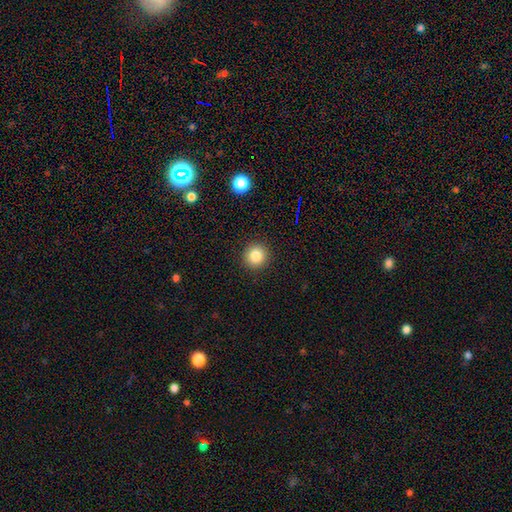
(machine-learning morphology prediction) The model was most divided on "smooth or featured": smooth: 83%, star or artifact: 11%, featured or disk: 6%. More confident: how rounded — round (94%); merging — none (92%).